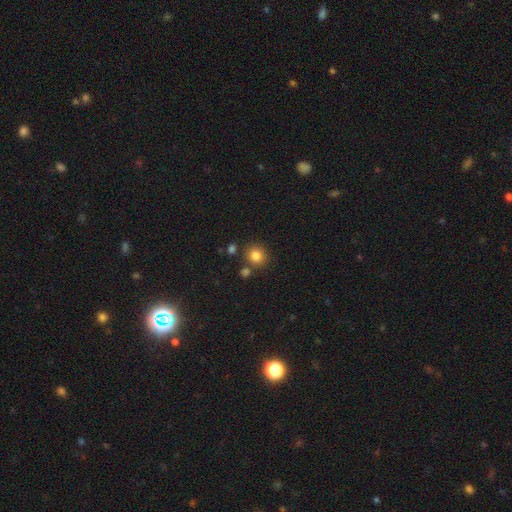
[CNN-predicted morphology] The model was most divided on "merging": none: 78%, merger: 10%, minor disturbance: 9%, major disturbance: 3%. More confident: how rounded — round (86%); smooth or featured — smooth (83%).